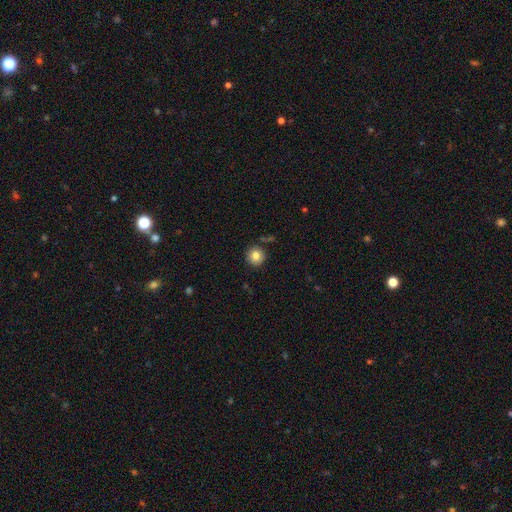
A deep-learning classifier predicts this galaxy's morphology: smooth_or_featured: smooth (p=0.83) [alt: star or artifact p=0.10]
how_rounded: round (p=0.94) [alt: in between p=0.05]
merging: none (p=0.88) [alt: minor disturbance p=0.07]